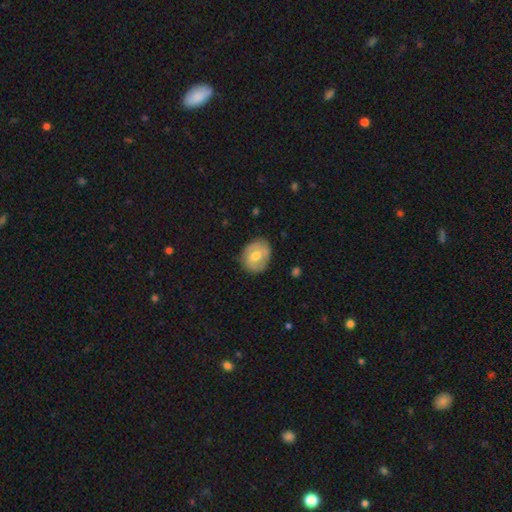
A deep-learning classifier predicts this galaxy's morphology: A smooth galaxy with no disk features (50%) that is round (61%).

Vote fractions:
- Smooth or featured? smooth: 50% / featured or disk: 43% / star or artifact: 7%
- How rounded? round: 61% / in between: 38% / cigar-shaped: 1%
- Merging? none: 76% / minor disturbance: 19% / major disturbance: 4% / merger: 1%